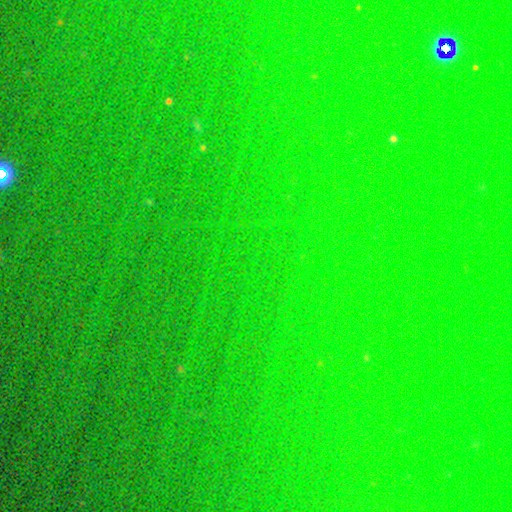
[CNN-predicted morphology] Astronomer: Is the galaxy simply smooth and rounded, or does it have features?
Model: star or artifact — 78%.